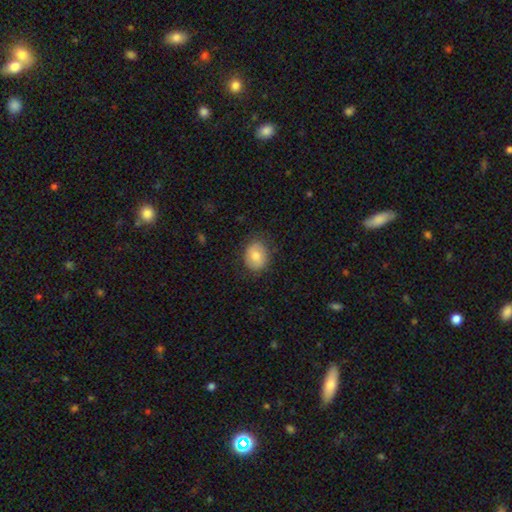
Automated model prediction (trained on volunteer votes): Smooth or featured: smooth — 78% (featured or disk — 14%)
How rounded: in between — 50% (round — 49%)
Merging: none — 80% (minor disturbance — 15%)